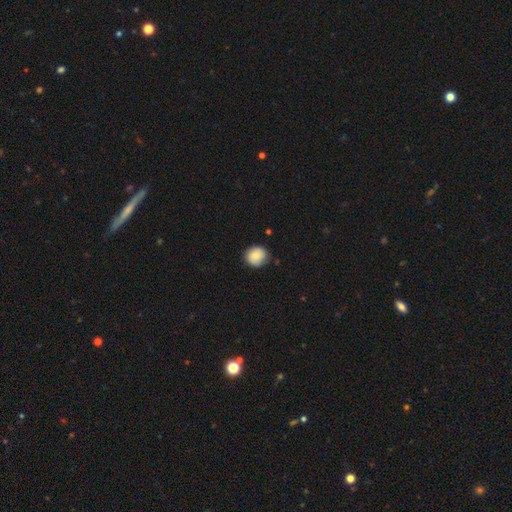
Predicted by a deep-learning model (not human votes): A smooth galaxy with no disk features (79%) that is round (88%). Merging: none (79%).